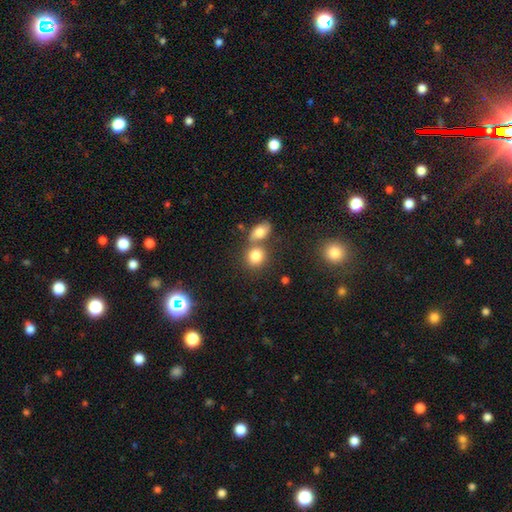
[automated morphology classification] A smooth galaxy with no disk features (80%) that is round (71%). Merging: none (50%).